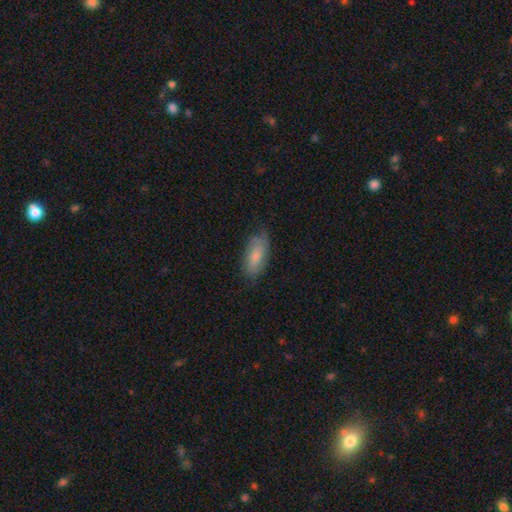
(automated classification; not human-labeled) Smooth or featured? smooth (70%)
How rounded? in between (85%)
Merging? none (66%)